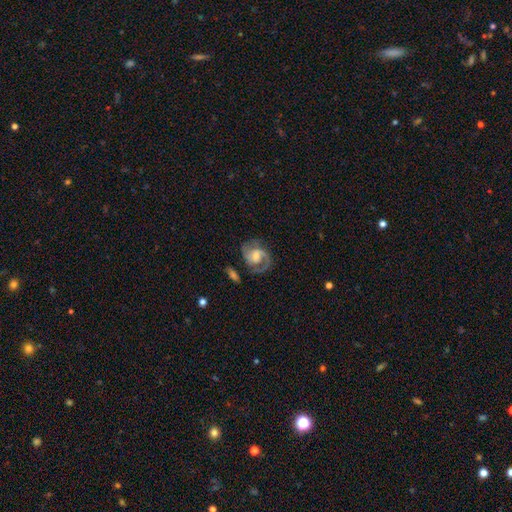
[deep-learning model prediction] Morphology: type=featured or disk (84%); edge-on=no (98%); bar=no (44%, tied with weak); spiral arms=yes (95%); winding=medium (53%); arm count=2 (82%); bulge=moderate (46%); merging=none (67%).